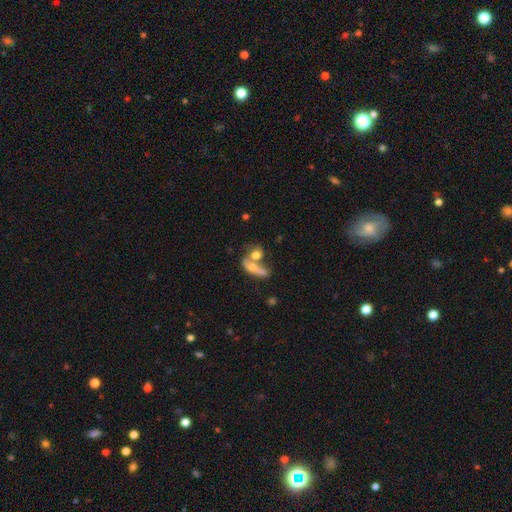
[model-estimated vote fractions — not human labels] Overall: smooth (62%; featured or disk 28%). How rounded: in between (46%; round 39%). Merging: merger (54%; none 28%).